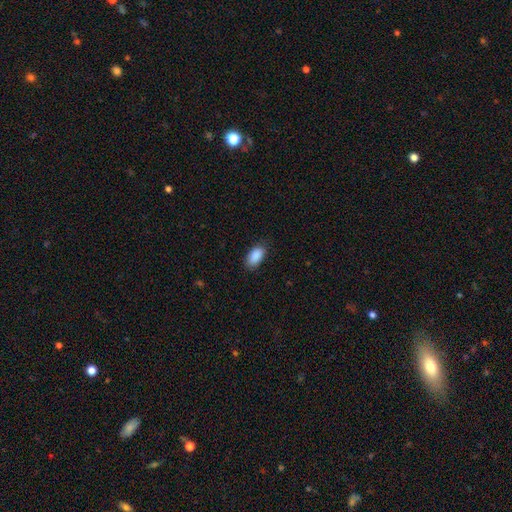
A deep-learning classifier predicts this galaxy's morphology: Smooth or featured?
  - smooth: 90% *
  - star or artifact: 7%
  - featured or disk: 3%
How rounded?
  - in between: 94% *
  - round: 4%
  - cigar-shaped: 2%
Merging?
  - none: 83% *
  - minor disturbance: 13%
  - major disturbance: 3%
  - merger: 1%